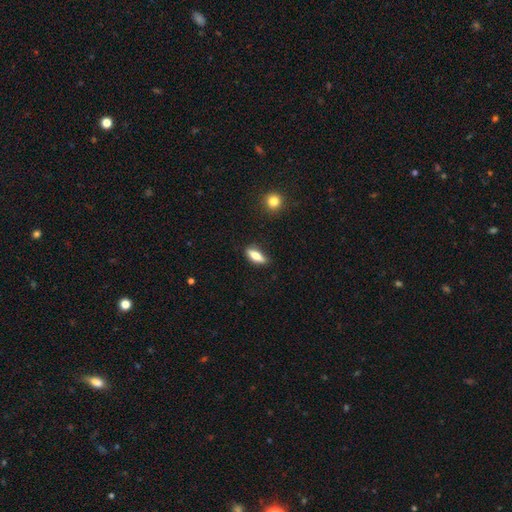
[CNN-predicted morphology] This is likely a smooth galaxy (72%). How rounded: likely in between (65%). Merging: likely none (78%).